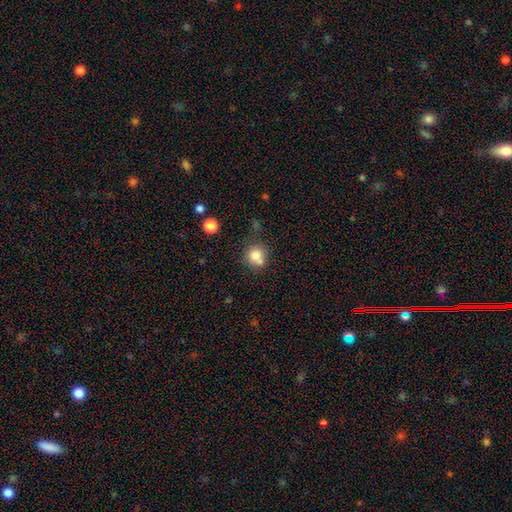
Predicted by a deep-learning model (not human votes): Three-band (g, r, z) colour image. It shows a smooth galaxy with no disk features (78%) that is round (83%). Merging: none (56%).